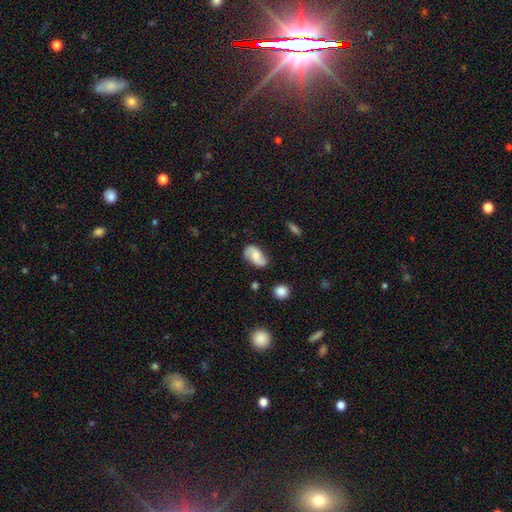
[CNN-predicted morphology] smooth-or-featured: featured or disk: 53% | smooth: 39% | star or artifact: 8%
  disk-edge-on: no: 96% | yes: 4%
    bar: no: 58% | weak: 34% | strong: 8%
    has-spiral-arms: yes: 91% | no: 9%
    bulge-size: moderate: 42% | small: 29% | none: 16% | large: 11% | dominant: 2%
  merging: none: 70% | minor disturbance: 22% | major disturbance: 6% | merger: 3%